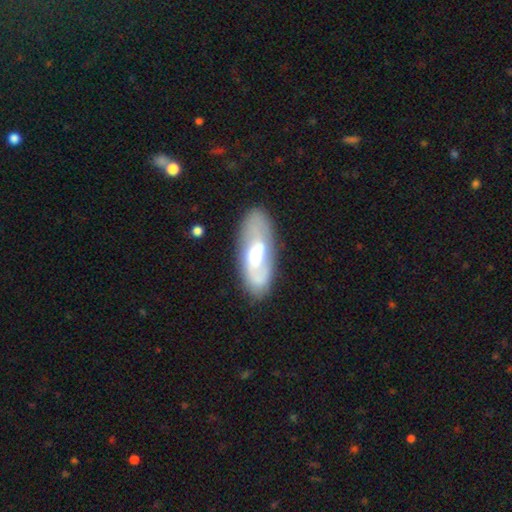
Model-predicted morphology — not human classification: featured or disk 59%, smooth 35%, star or artifact 6%. Down the decision tree: edge-on disk — no (88%); bar — no (48%); spiral arms — yes (73%); bulge size — moderate (56%); merging — none (74%).